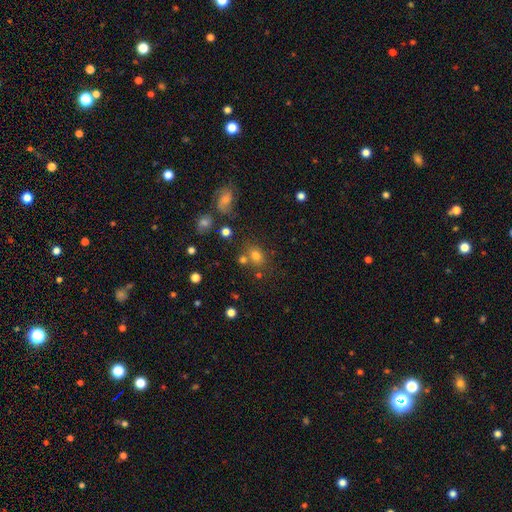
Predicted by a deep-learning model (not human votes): Smooth or featured?
  - smooth: 74% *
  - star or artifact: 17%
  - featured or disk: 9%
How rounded?
  - round: 54% *
  - in between: 44%
  - cigar-shaped: 1%
Merging?
  - none: 63% *
  - merger: 18%
  - minor disturbance: 13%
  - major disturbance: 6%